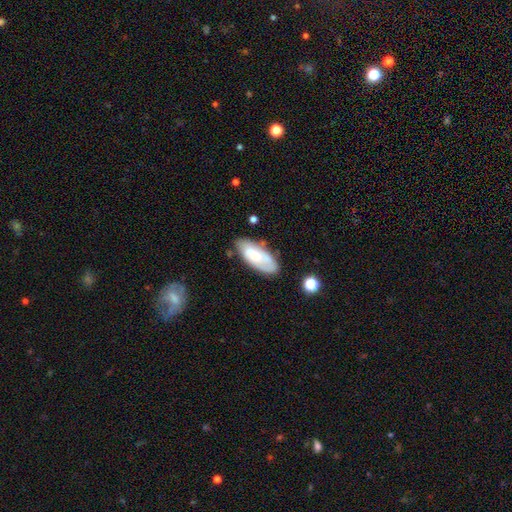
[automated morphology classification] This appears to be a smooth galaxy with no disk features (52%) that is in between round and cigar-shaped (84%). Merging: none (68%).